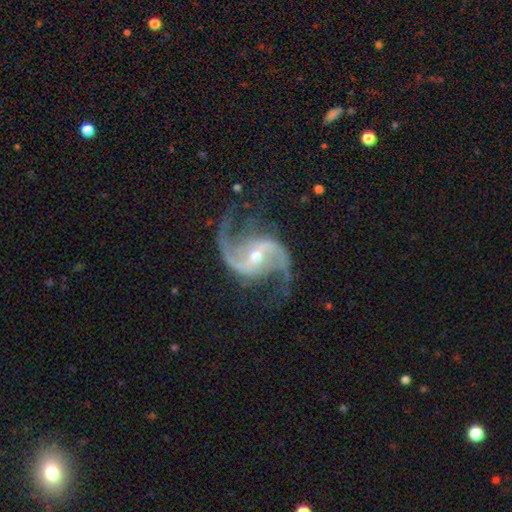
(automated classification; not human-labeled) A featured or disk galaxy (93%) with a strong bar (42%), 2 (94%) loose (58%) spiral arms (98%) and a small central bulge (60%).

Vote fractions:
- Smooth or featured? featured or disk: 93% / star or artifact: 5% / smooth: 2%
- Edge-on disk? no: 98% / yes: 2%
- Bar? strong: 42% / weak: 35% / no: 22%
- Spiral arms? yes: 98% / no: 2%
- Spiral winding? loose: 58% / medium: 36% / tight: 6%
- Spiral arm count? 2: 94% / 3: 1% / can't tell: 1% / 1: 1% / 4: 1% / more than 4: 1%
- Bulge size? small: 60% / moderate: 37% / large: 1% / none: 1% / dominant: 1%
- Merging? none: 79% / minor disturbance: 12% / major disturbance: 7% / merger: 2%